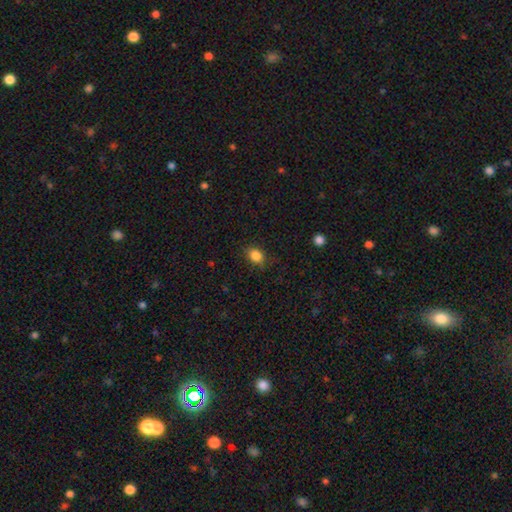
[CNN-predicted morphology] Q: Smooth or featured?
A: smooth (86%); runner-up: star or artifact (10%)
Q: How rounded?
A: in between (64%); runner-up: round (35%)
Q: Merging?
A: none (79%); runner-up: minor disturbance (16%)